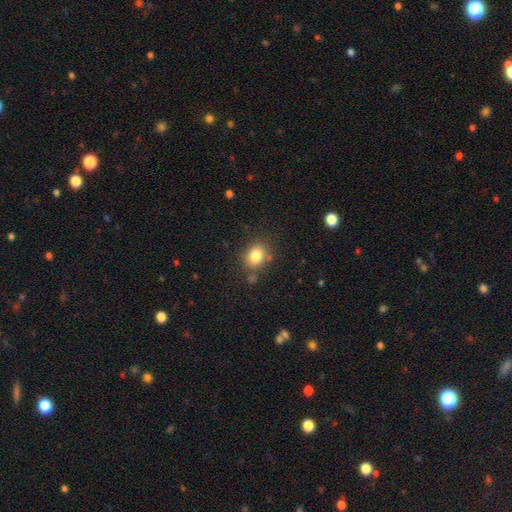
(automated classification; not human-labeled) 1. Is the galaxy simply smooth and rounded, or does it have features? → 82% smooth, 11% star or artifact, 7% featured or disk.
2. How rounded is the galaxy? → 51% round, 48% in between, 1% cigar-shaped.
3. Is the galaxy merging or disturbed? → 77% none, 13% minor disturbance, 5% merger, 4% major disturbance.